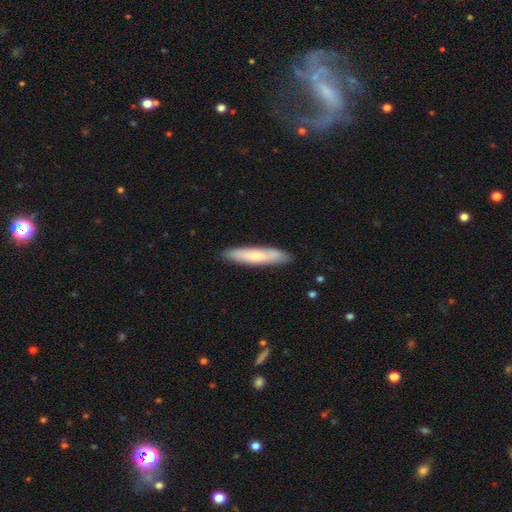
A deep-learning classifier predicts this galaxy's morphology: type=smooth (65%); roundness=cigar-shaped (88%); merging=none (87%).